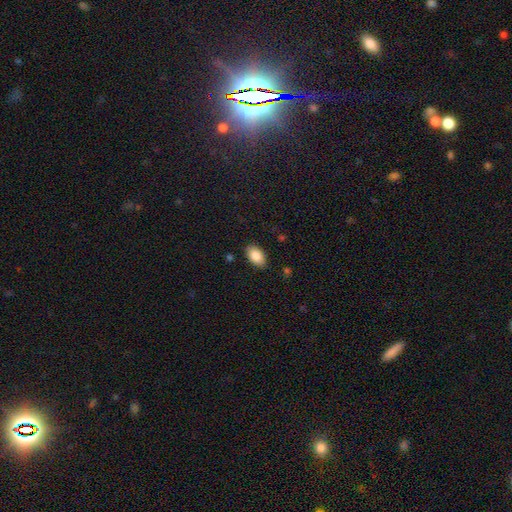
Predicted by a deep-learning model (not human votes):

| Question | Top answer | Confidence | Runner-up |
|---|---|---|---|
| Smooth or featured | smooth | 87% | star or artifact (7%) |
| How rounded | in between | 91% | round (8%) |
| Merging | none | 85% | minor disturbance (11%) |